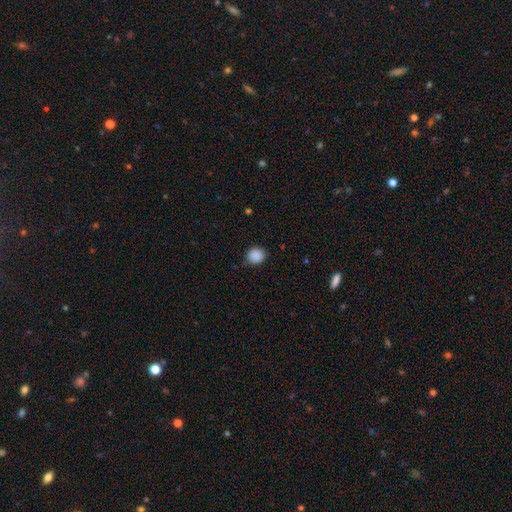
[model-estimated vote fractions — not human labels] Q: Smooth or featured?
A: smooth (88%); runner-up: star or artifact (9%)
Q: How rounded?
A: round (83%); runner-up: in between (16%)
Q: Merging?
A: none (82%); runner-up: minor disturbance (14%)